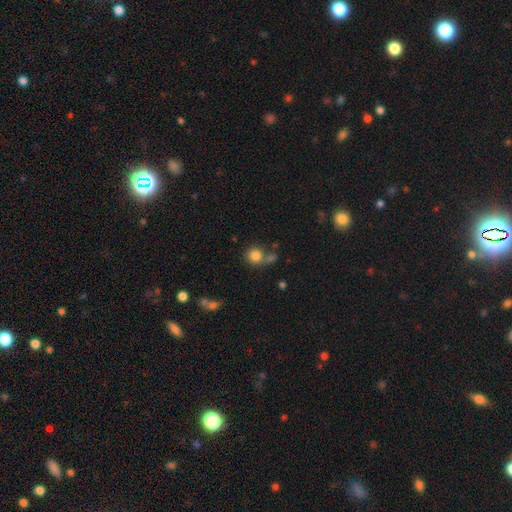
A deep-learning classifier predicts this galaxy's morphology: This is clearly a smooth galaxy (82%). How rounded: clearly round (89%). Merging: possibly none (60%).